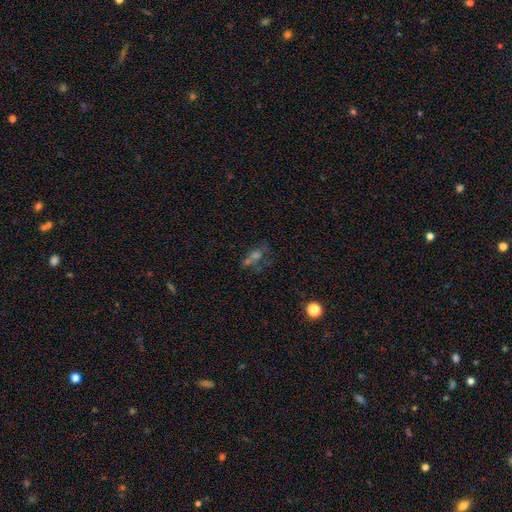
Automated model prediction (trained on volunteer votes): This appears to be a smooth galaxy with no disk features (38%). Merging: none (41%).